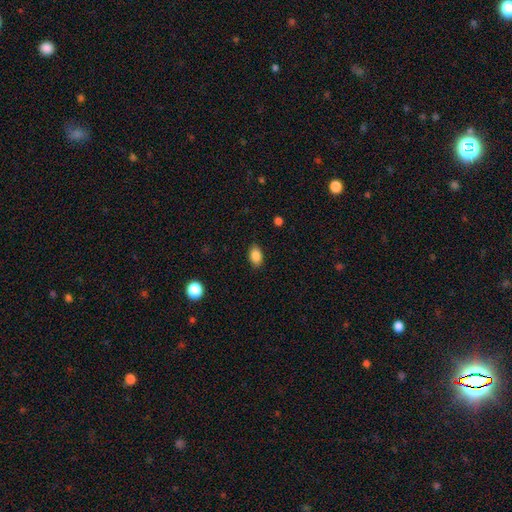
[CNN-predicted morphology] smooth-or-featured: smooth: 87% | star or artifact: 9% | featured or disk: 5%
  how-rounded: in between: 86% | round: 12% | cigar-shaped: 1%
  merging: none: 87% | minor disturbance: 9% | major disturbance: 2% | merger: 1%